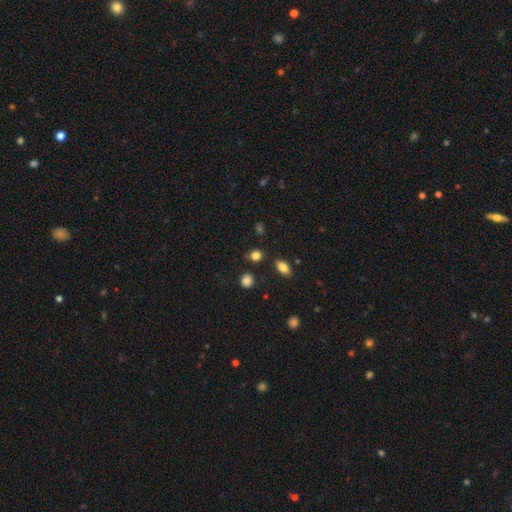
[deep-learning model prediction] Overall: smooth (83%). How rounded: round (63%; in between 35%). Merging: none (80%).